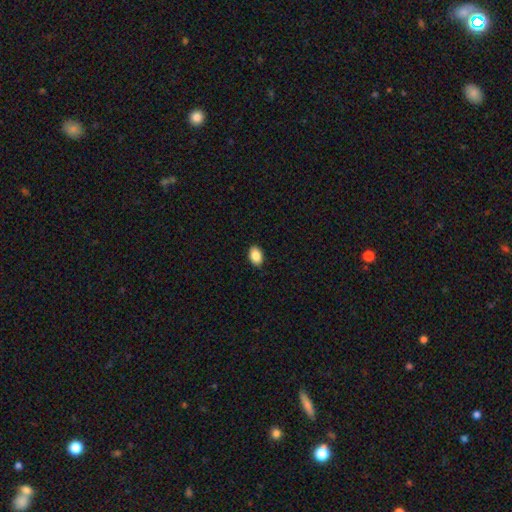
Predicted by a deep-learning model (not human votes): A smooth galaxy with no disk features (88%) that is in between round and cigar-shaped (86%). Merging: none (89%).